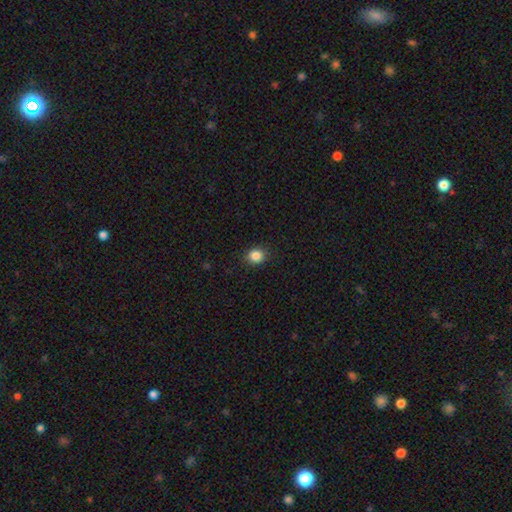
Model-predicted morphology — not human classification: smooth-or-featured: smooth: 86% | star or artifact: 11% | featured or disk: 4%
  how-rounded: round: 76% | in between: 23% | cigar-shaped: 1%
  merging: none: 90% | minor disturbance: 7% | major disturbance: 2% | merger: 1%